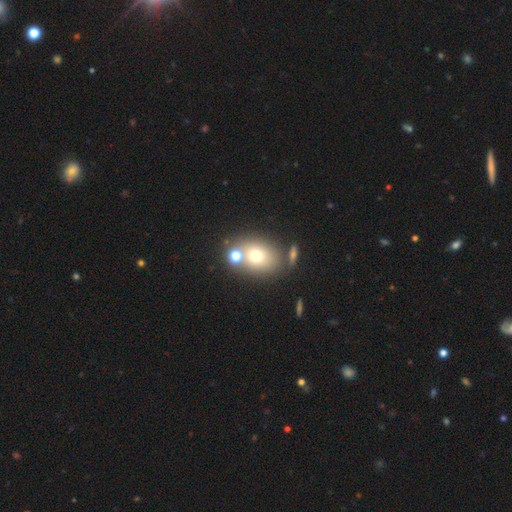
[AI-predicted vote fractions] A smooth galaxy with no disk features (68%) that is round (50%).

Vote fractions:
- Smooth or featured? smooth: 68% / featured or disk: 18% / star or artifact: 14%
- How rounded? round: 50% / in between: 48% / cigar-shaped: 1%
- Merging? none: 61% / merger: 23% / minor disturbance: 11% / major disturbance: 5%